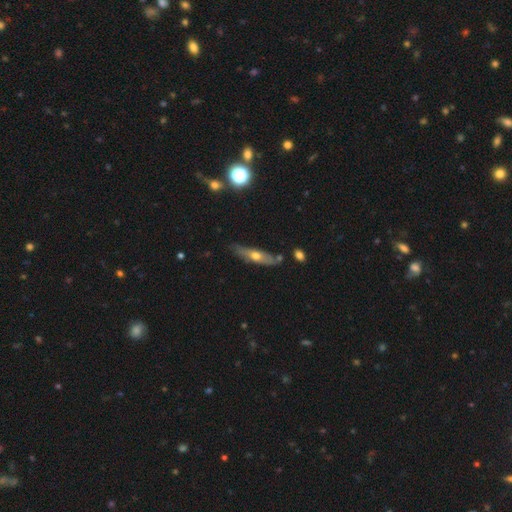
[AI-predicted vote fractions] Smooth or featured? featured or disk (52%)
Edge-on disk? yes (72%)
Merging? none (75%)